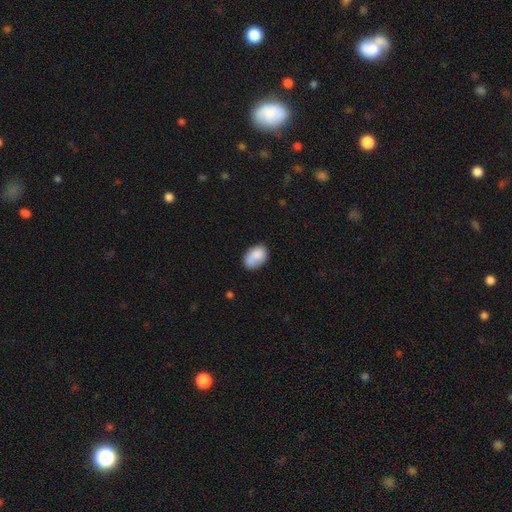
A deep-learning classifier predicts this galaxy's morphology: smooth 83%, featured or disk 9%, star or artifact 7%. Down the decision tree: how rounded — in between (84%); merging — none (63%).